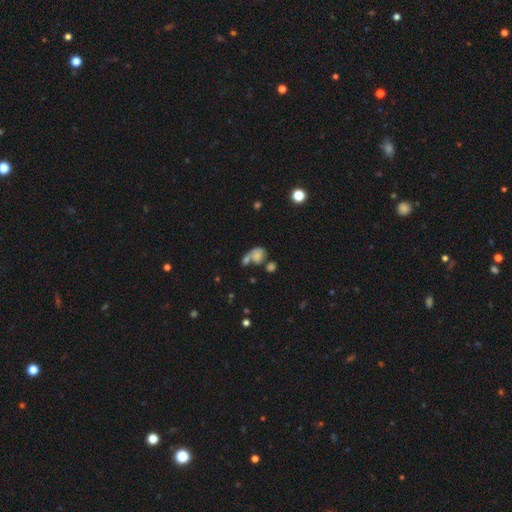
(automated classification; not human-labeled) The model was most divided on "merging": merger: 49%, none: 24%, major disturbance: 14%, minor disturbance: 13%. More confident: smooth or featured — smooth (63%); how rounded — in between (63%).